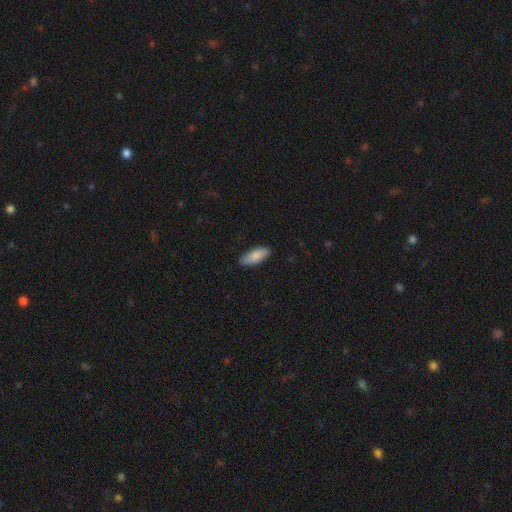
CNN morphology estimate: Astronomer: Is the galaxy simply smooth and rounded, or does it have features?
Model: smooth — 86%.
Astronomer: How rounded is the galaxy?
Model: in between — 75%.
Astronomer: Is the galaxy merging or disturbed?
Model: none — 88%.